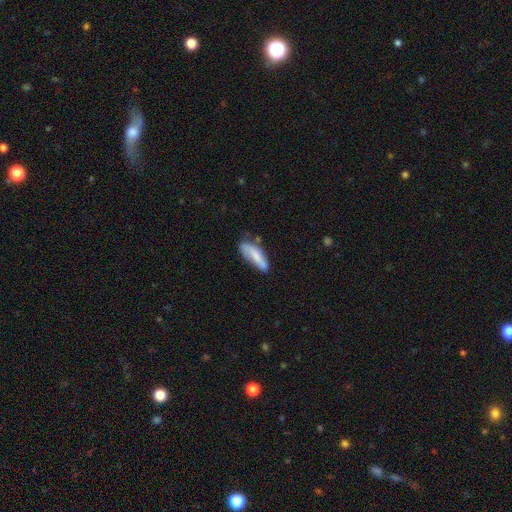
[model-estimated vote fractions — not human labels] This is likely a smooth galaxy (68%). How rounded: possibly cigar-shaped (50%). Merging: possibly none (54%).